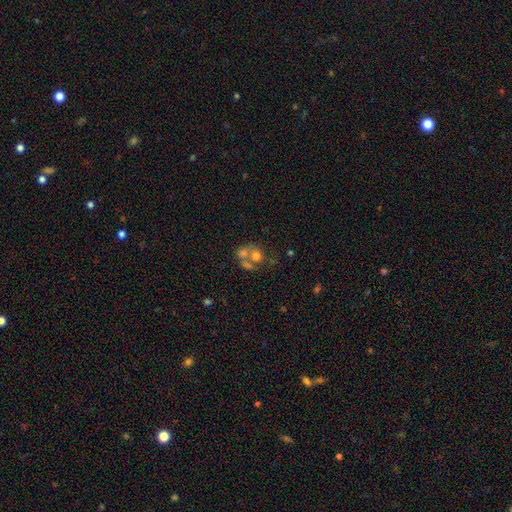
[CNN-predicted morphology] The model was most divided on "smooth or featured": smooth: 56%, featured or disk: 31%, star or artifact: 13%. More confident: how rounded — round (63%); merging — merger (61%).